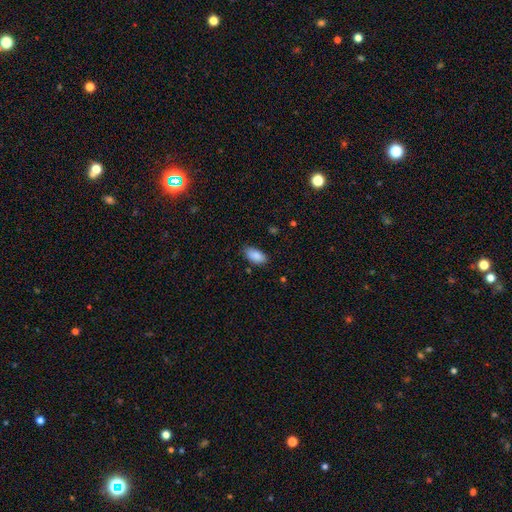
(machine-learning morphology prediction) Overall: smooth (88%). How rounded: in between (93%). Merging: none (80%).